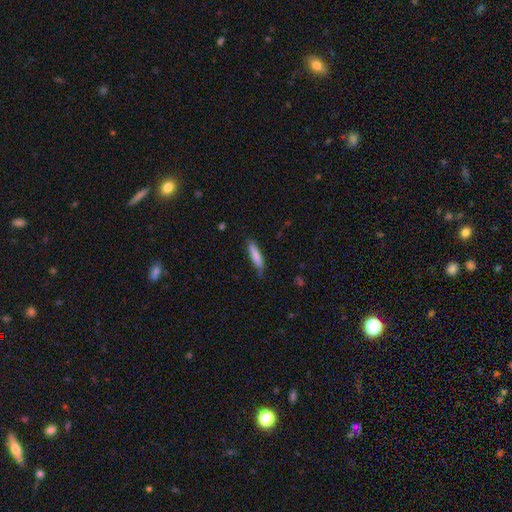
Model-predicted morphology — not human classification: Smooth or featured?
  - smooth: 81% *
  - featured or disk: 13%
  - star or artifact: 6%
How rounded?
  - cigar-shaped: 80% *
  - in between: 19%
  - round: 1%
Merging?
  - none: 76% *
  - minor disturbance: 20%
  - major disturbance: 3%
  - merger: 2%